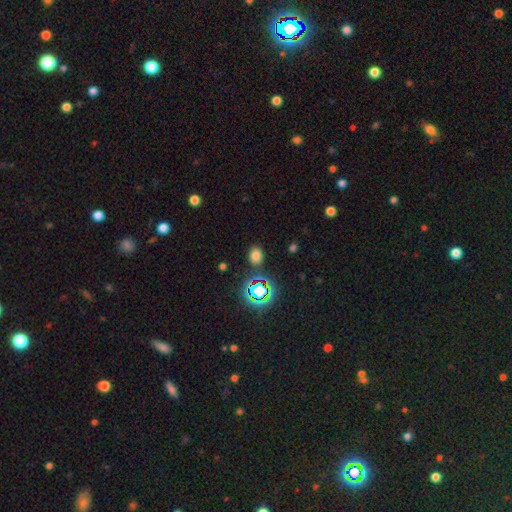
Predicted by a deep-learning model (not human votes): smooth_or_featured: smooth (p=0.68) [alt: star or artifact p=0.25]
how_rounded: in between (p=0.59) [alt: round p=0.40]
merging: none (p=0.83) [alt: minor disturbance p=0.11]